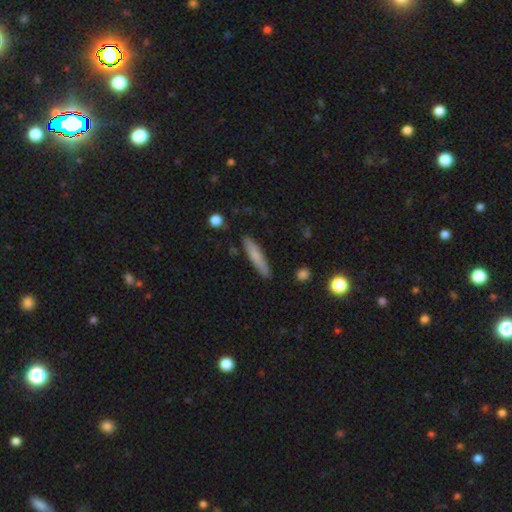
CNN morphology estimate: This is likely a smooth galaxy (74%). How rounded: clearly cigar-shaped (89%). Merging: clearly none (86%).